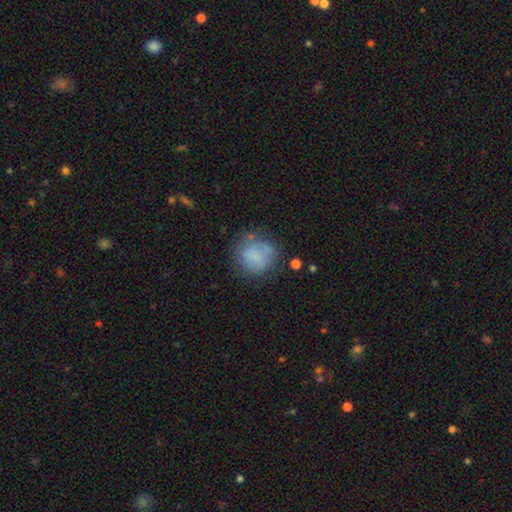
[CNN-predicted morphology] A smooth galaxy with no disk features (74%) that is round (83%). Merging: none (60%).